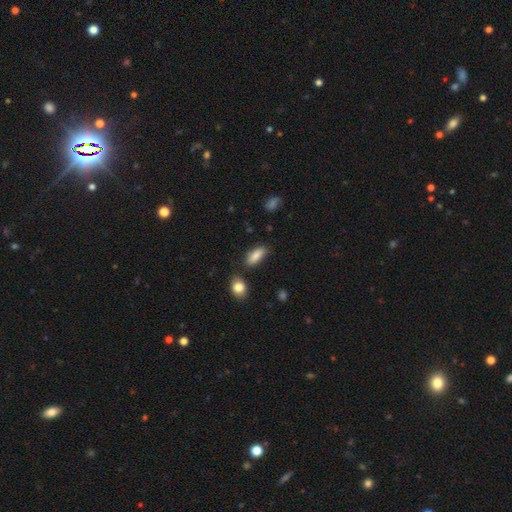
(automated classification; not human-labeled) This appears to be a smooth galaxy with no disk features (86%) that is in between round and cigar-shaped (77%). Merging: none (78%).